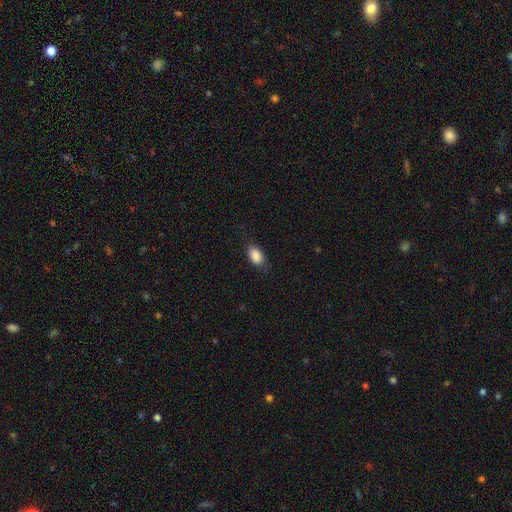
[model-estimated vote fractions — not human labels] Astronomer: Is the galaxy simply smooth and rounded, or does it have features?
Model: smooth — 88%.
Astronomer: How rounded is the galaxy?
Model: in between — 91%.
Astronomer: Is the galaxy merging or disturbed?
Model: none — 79%.